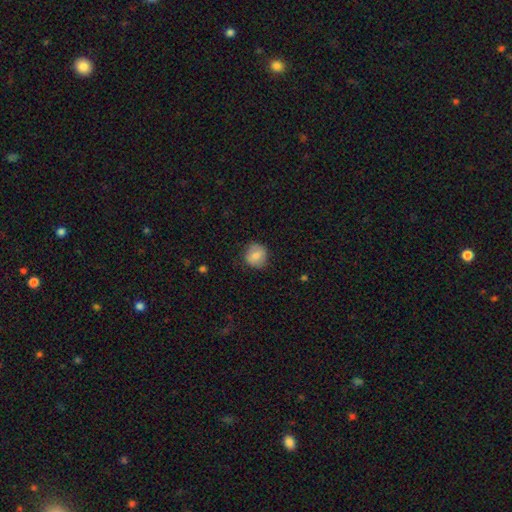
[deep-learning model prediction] Overall: smooth (79%). How rounded: round (86%). Merging: none (81%).